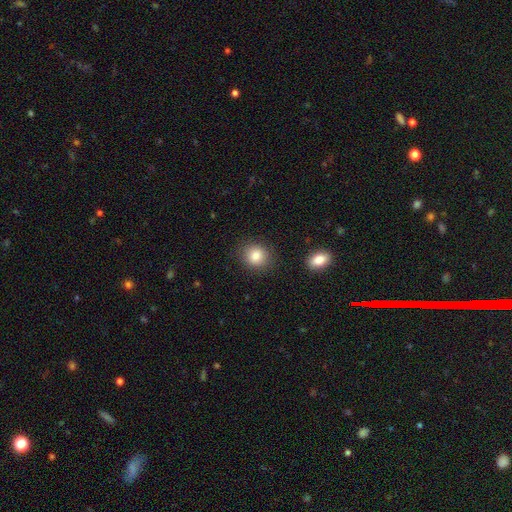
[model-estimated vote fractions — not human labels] Overall: smooth (86%). How rounded: round (76%). Merging: none (85%).